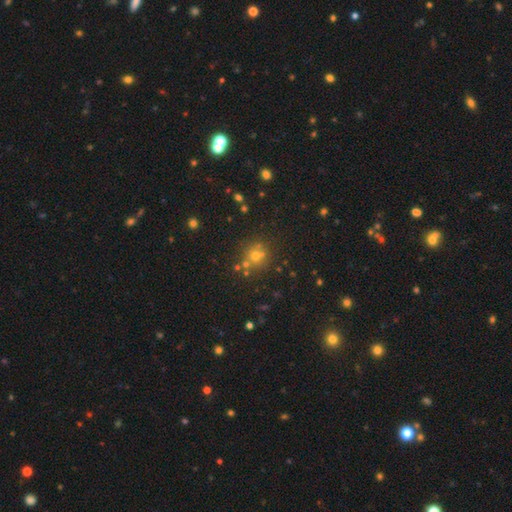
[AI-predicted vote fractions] Smooth or featured?
  - smooth: 56% *
  - star or artifact: 30%
  - featured or disk: 14%
How rounded?
  - round: 87% *
  - in between: 12%
  - cigar-shaped: 1%
Merging?
  - none: 68% *
  - merger: 18%
  - minor disturbance: 10%
  - major disturbance: 4%